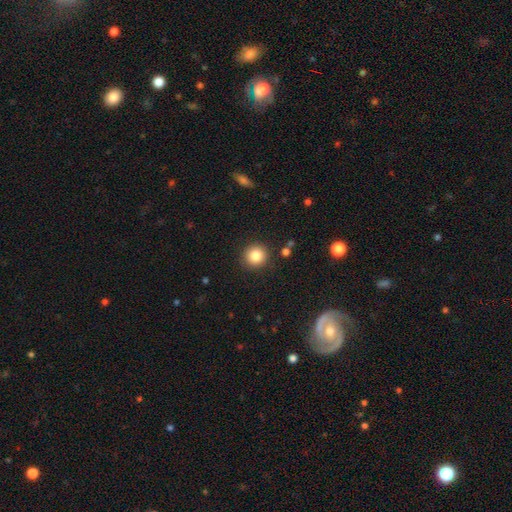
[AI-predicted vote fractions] Smooth or featured? Predicted: smooth (p=0.84). How rounded? Predicted: round (p=0.93). Merging? Predicted: none (p=0.90).